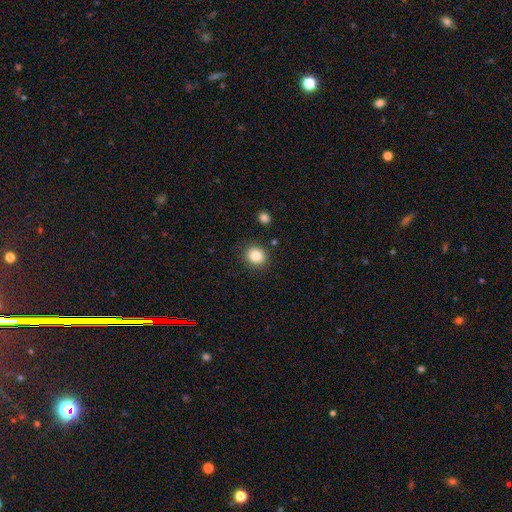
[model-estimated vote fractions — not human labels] Overall: smooth (86%). How rounded: round (78%). Merging: none (87%).